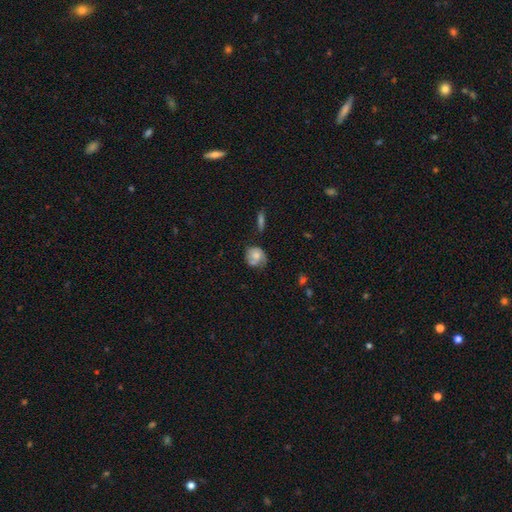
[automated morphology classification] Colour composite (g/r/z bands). It shows a smooth galaxy with no disk features (52%) that is round (74%). Merging: none (54%).